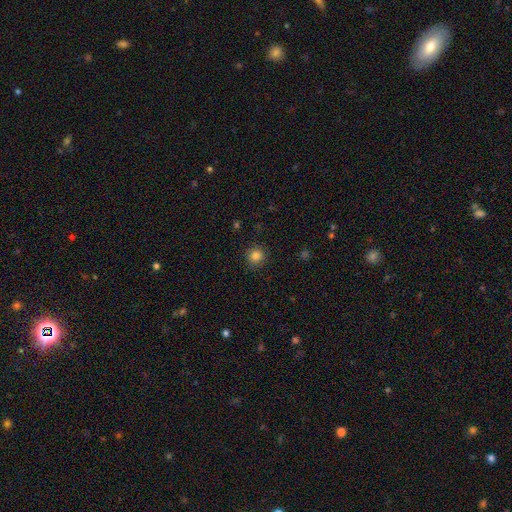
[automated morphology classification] Smooth or featured?
  - smooth: 83% *
  - star or artifact: 12%
  - featured or disk: 5%
How rounded?
  - round: 93% *
  - in between: 7%
  - cigar-shaped: 1%
Merging?
  - none: 89% *
  - minor disturbance: 8%
  - major disturbance: 2%
  - merger: 1%